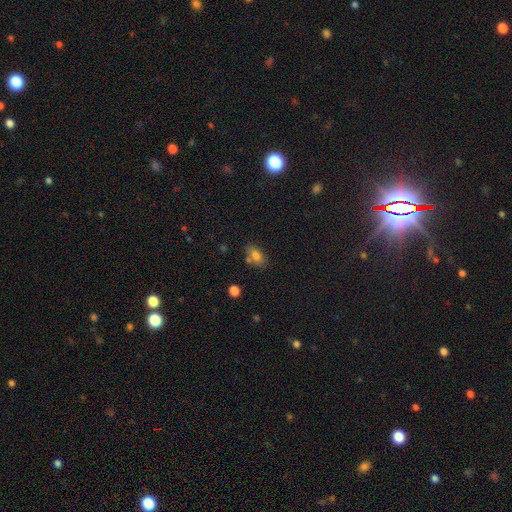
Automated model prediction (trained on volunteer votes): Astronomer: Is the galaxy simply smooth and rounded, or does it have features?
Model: smooth — 77%.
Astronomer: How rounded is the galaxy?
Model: in between — 87%.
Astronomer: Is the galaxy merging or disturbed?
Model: none — 70%.